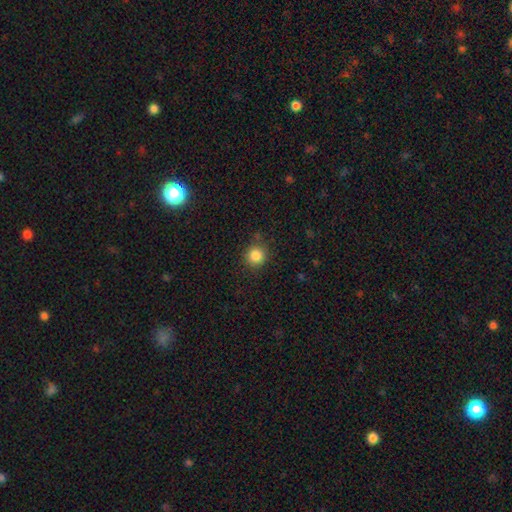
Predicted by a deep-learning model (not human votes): This is clearly a smooth galaxy (84%). How rounded: clearly round (93%). Merging: clearly none (87%).